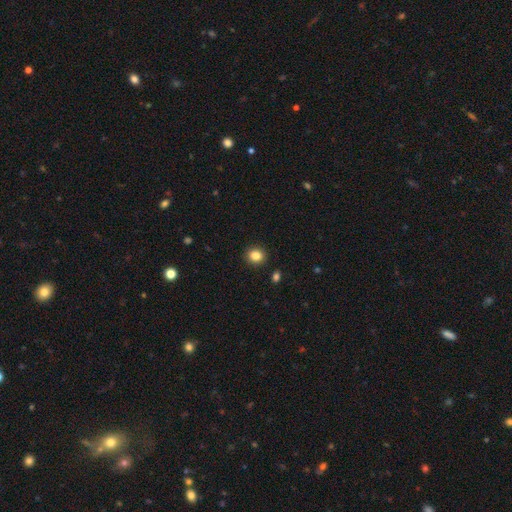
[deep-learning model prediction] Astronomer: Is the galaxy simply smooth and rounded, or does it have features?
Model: smooth — 85%.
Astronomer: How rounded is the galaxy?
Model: round — 75%.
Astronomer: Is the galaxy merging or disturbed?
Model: none — 90%.